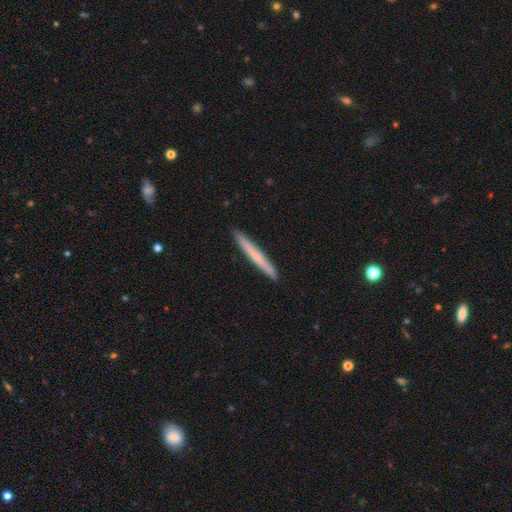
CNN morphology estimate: The model was most divided on "smooth or featured": smooth: 62%, featured or disk: 32%, star or artifact: 6%. More confident: how rounded — cigar-shaped (97%); merging — none (92%).